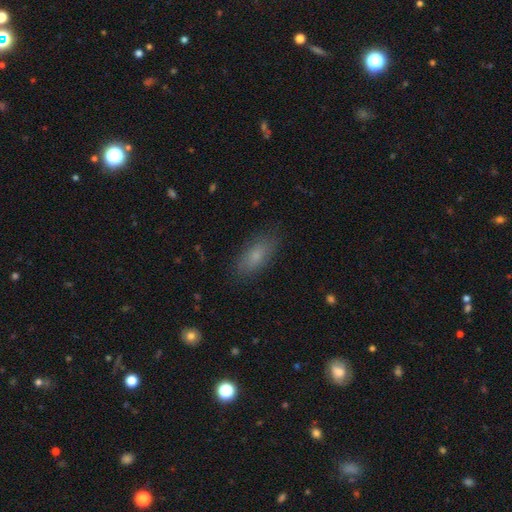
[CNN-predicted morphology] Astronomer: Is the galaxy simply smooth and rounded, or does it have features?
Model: smooth — 75%.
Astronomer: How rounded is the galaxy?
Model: in between — 80%.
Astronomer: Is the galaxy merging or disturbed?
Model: none — 83%.